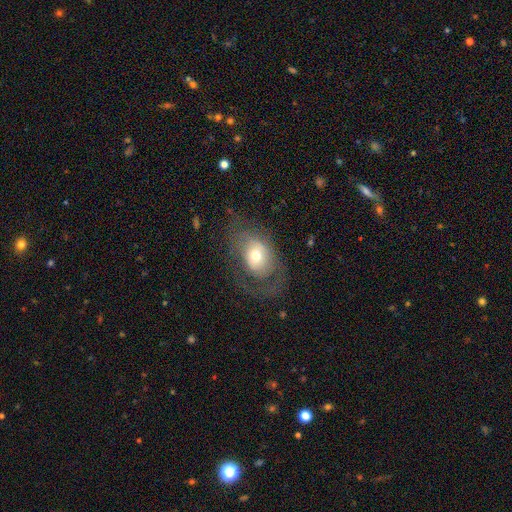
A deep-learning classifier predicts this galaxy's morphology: Smooth or featured? smooth (48%)
Merging? none (48%)